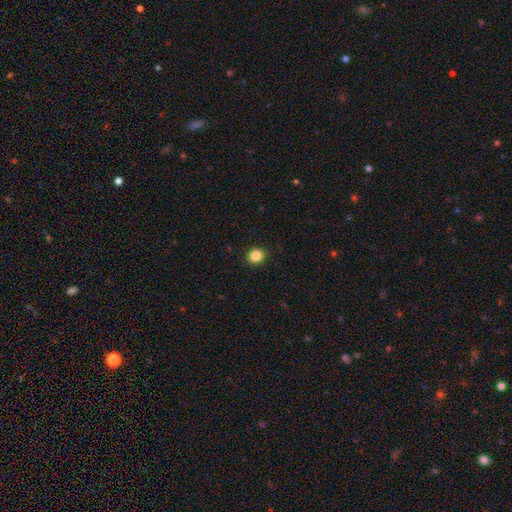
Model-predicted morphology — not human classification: Q: Smooth or featured?
A: smooth (85%); runner-up: star or artifact (11%)
Q: How rounded?
A: round (84%); runner-up: in between (15%)
Q: Merging?
A: none (92%); runner-up: minor disturbance (5%)